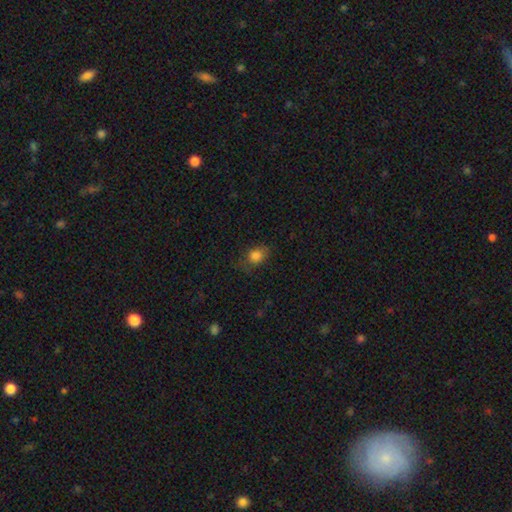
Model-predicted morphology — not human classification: A smooth galaxy with no disk features (82%) that is in between round and cigar-shaped (59%). Merging: none (65%).